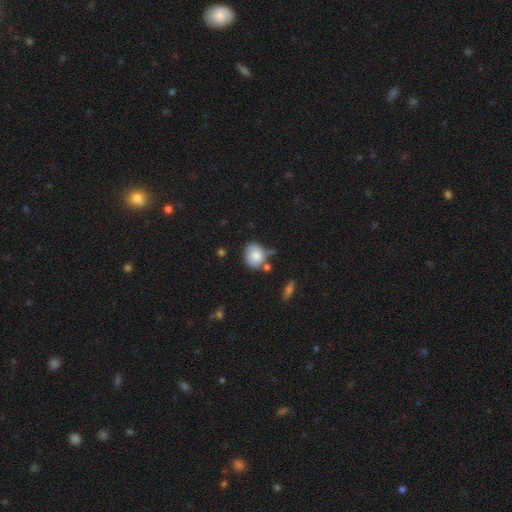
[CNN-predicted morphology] smooth-or-featured: smooth: 79% | featured or disk: 13% | star or artifact: 8%
  how-rounded: round: 52% | in between: 47% | cigar-shaped: 1%
  merging: none: 52% | minor disturbance: 29% | merger: 12% | major disturbance: 8%